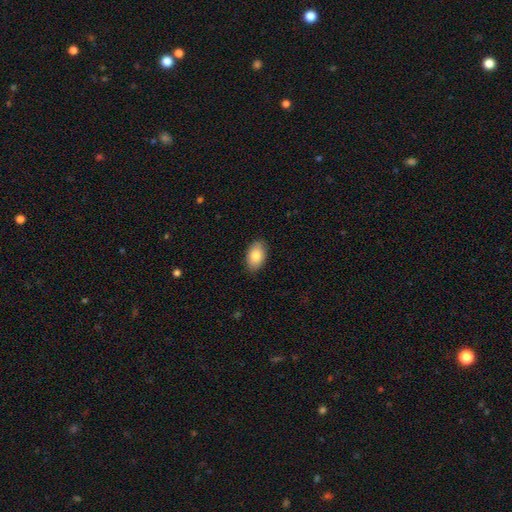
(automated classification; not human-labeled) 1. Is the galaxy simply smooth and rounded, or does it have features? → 84% smooth, 9% featured or disk, 7% star or artifact.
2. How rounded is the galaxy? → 92% in between, 7% round, 1% cigar-shaped.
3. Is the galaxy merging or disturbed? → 87% none, 10% minor disturbance, 2% major disturbance, 1% merger.